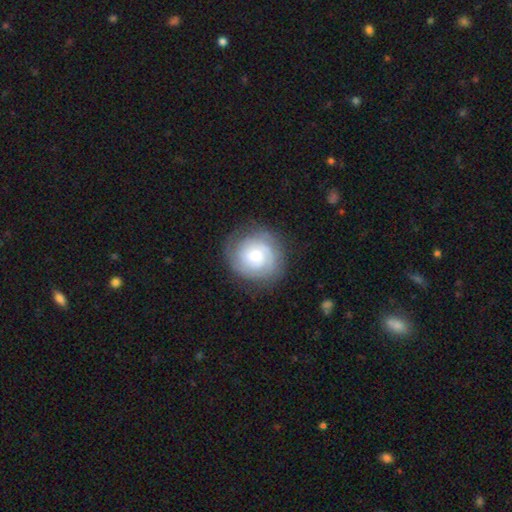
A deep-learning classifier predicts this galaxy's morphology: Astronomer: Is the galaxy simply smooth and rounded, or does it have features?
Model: featured or disk — 73%.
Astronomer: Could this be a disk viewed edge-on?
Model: no — 98%.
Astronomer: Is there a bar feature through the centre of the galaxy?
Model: no — 68%.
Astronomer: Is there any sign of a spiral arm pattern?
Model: yes — 93%.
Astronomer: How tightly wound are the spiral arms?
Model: tight — 72%.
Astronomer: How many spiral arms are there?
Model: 2 — 32% (runner-up: can't tell, 29%).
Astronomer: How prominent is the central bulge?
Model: moderate — 59%.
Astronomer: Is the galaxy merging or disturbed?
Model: none — 82%.